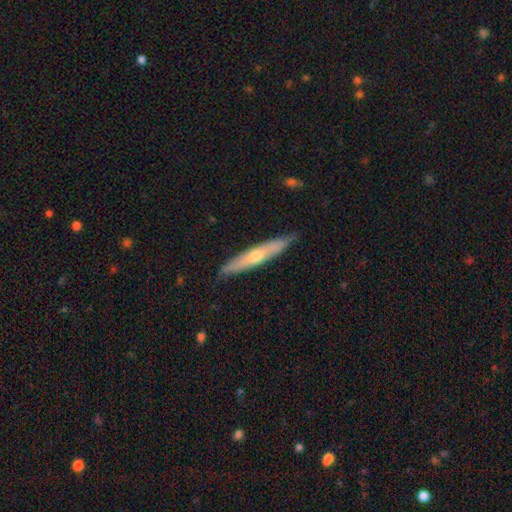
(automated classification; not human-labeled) Smooth or featured? Predicted: featured or disk (p=0.56). Edge-on disk? Predicted: yes (p=0.89). Edge-on bulge? Predicted: rounded (p=0.76). Merging? Predicted: none (p=0.89).